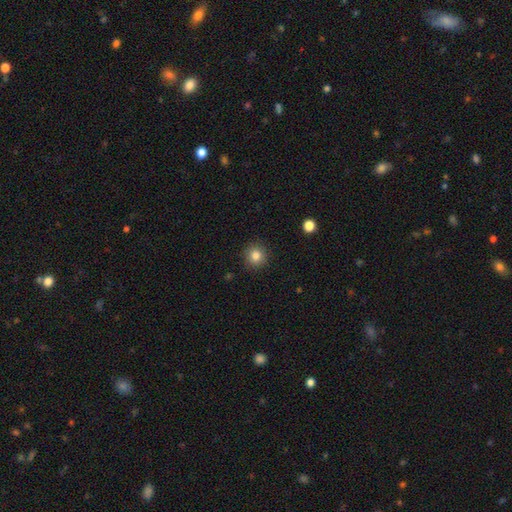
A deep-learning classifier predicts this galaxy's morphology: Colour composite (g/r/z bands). It shows a smooth galaxy with no disk features (84%) that is round (92%). Merging: none (91%).